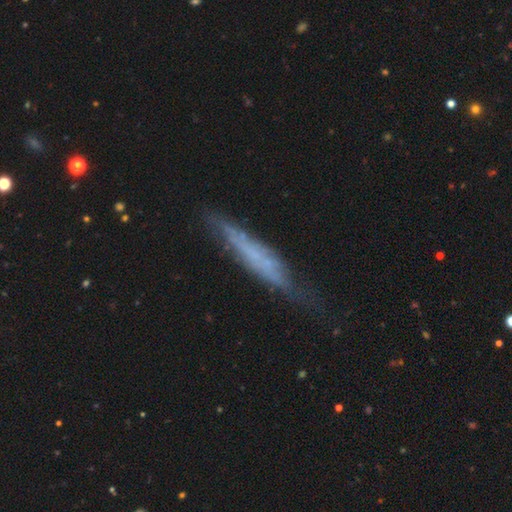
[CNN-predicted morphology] smooth-or-featured: featured or disk: 52% | smooth: 39% | star or artifact: 9%
  disk-edge-on: yes: 80% | no: 20%
  merging: none: 62% | minor disturbance: 27% | major disturbance: 9% | merger: 2%